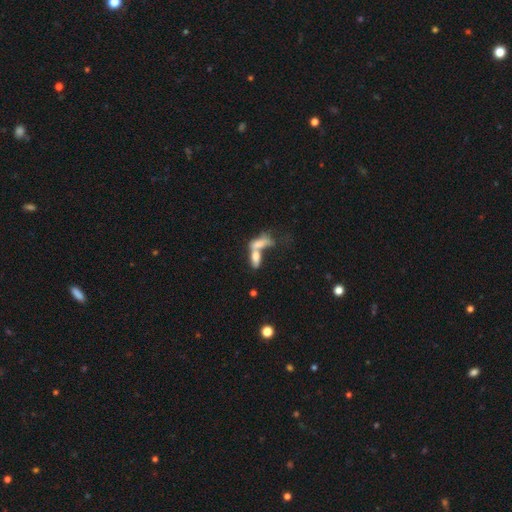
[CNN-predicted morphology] The model was most divided on "smooth or featured": smooth: 65%, featured or disk: 25%, star or artifact: 11%. More confident: how rounded — in between (74%); merging — merger (69%).